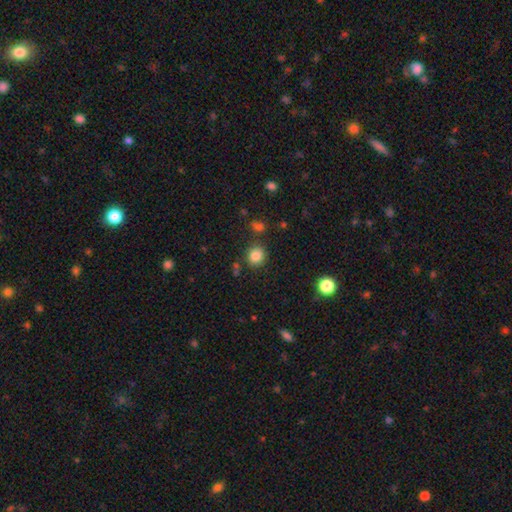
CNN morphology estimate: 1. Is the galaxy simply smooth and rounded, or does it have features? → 84% smooth, 11% star or artifact, 5% featured or disk.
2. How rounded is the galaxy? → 84% round, 15% in between, 1% cigar-shaped.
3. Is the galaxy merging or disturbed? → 83% none, 9% minor disturbance, 5% merger, 3% major disturbance.